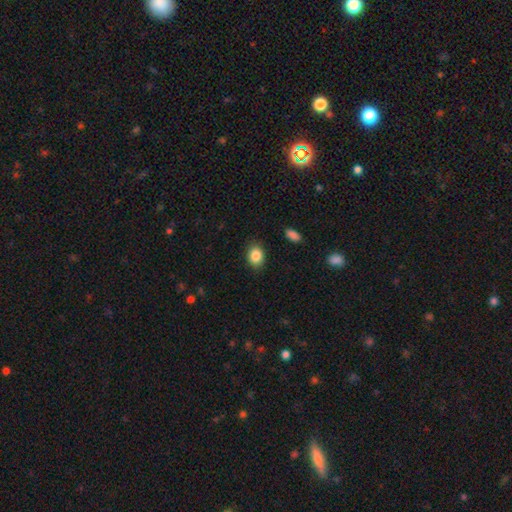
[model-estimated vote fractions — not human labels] smooth-or-featured: smooth: 86% | star or artifact: 9% | featured or disk: 5%
  how-rounded: in between: 65% | round: 34% | cigar-shaped: 1%
  merging: none: 86% | minor disturbance: 11% | major disturbance: 3% | merger: 1%